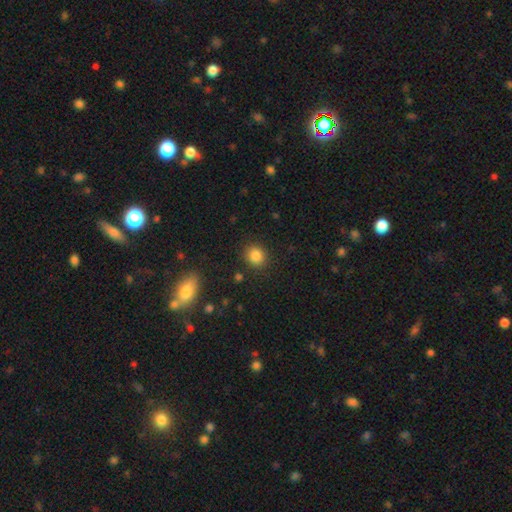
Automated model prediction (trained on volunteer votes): This is clearly a smooth galaxy (85%). How rounded: clearly round (81%). Merging: clearly none (87%).